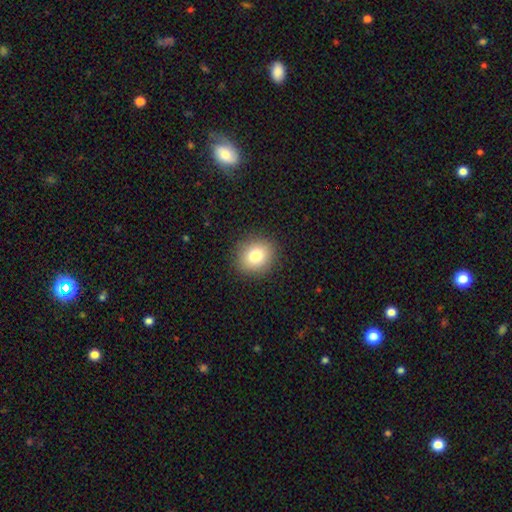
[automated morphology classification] smooth_or_featured: smooth (p=0.80) [alt: star or artifact p=0.11]
how_rounded: round (p=0.74) [alt: in between p=0.25]
merging: none (p=0.90) [alt: minor disturbance p=0.07]